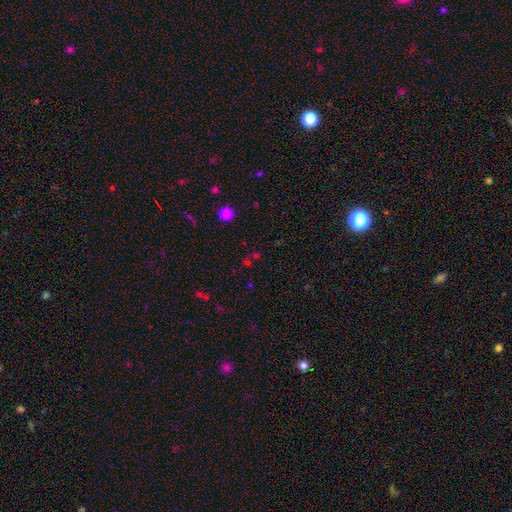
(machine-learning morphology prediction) smooth_or_featured: star or artifact (p=0.52) [alt: smooth p=0.39]